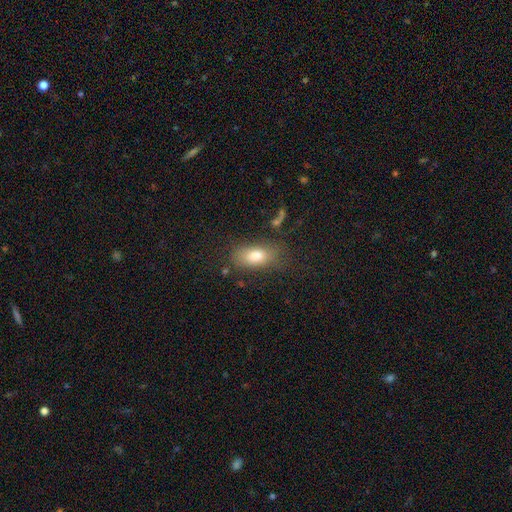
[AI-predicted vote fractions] This is likely a smooth galaxy (79%). How rounded: clearly in between (86%). Merging: likely none (70%).